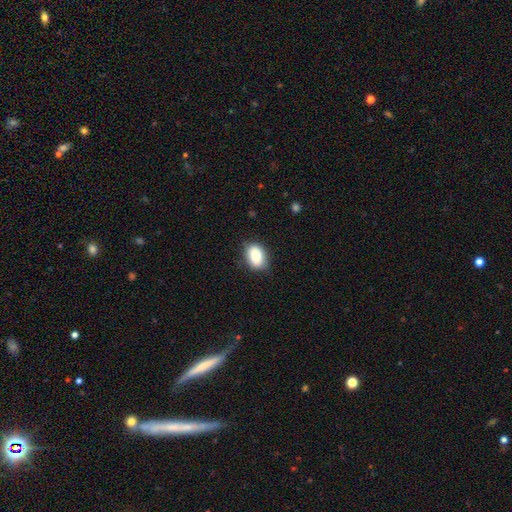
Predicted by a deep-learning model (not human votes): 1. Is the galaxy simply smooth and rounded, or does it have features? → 86% smooth, 7% star or artifact, 6% featured or disk.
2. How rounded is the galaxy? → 84% in between, 15% round, 1% cigar-shaped.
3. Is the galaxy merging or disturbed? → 77% none, 18% minor disturbance, 3% major disturbance, 1% merger.